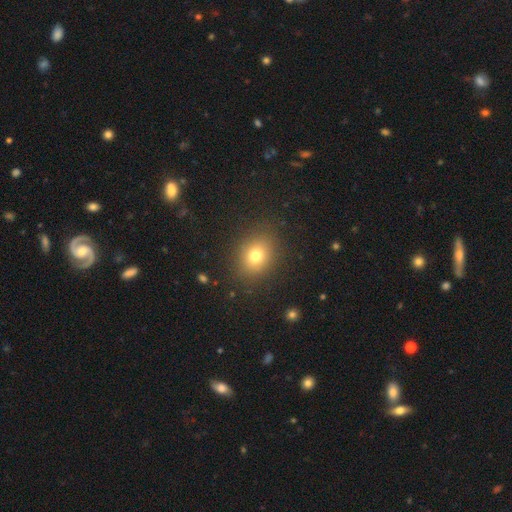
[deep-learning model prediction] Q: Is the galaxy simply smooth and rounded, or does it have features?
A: smooth — 76%.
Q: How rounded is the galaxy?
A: round — 54%.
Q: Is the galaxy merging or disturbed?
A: none — 85%.